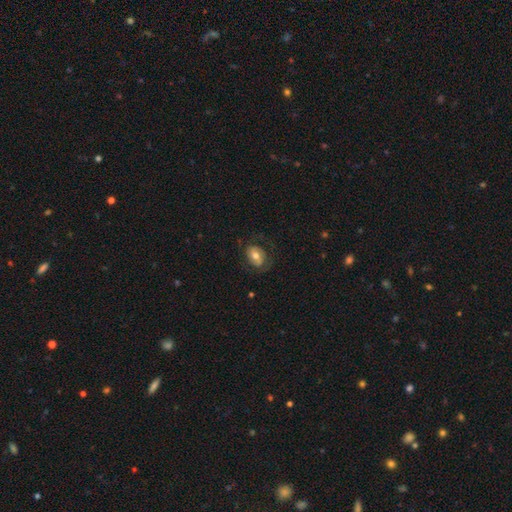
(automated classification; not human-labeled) Smooth or featured? Predicted: smooth (p=0.58). How rounded? Predicted: in between (p=0.73). Merging? Predicted: none (p=0.65).